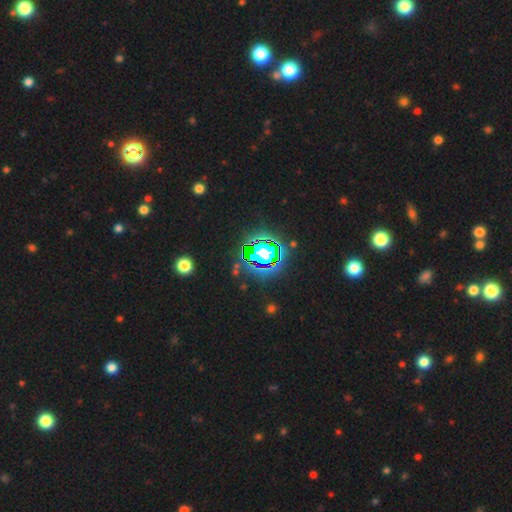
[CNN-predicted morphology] The model was most divided on "smooth or featured": star or artifact: 78%, smooth: 13%, featured or disk: 9%.